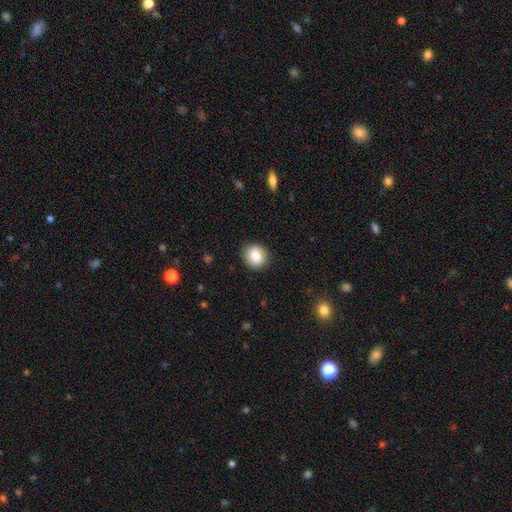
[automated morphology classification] This appears to be a smooth galaxy with no disk features (83%) that is round (81%). Merging: none (89%).